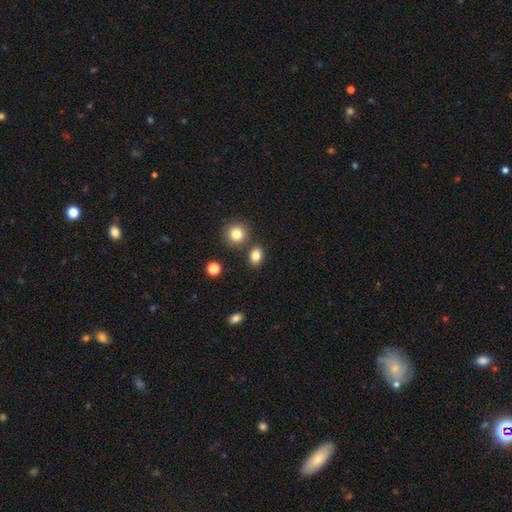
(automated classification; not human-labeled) This appears to be a smooth galaxy with no disk features (83%) that is in between round and cigar-shaped (65%). Merging: none (78%).